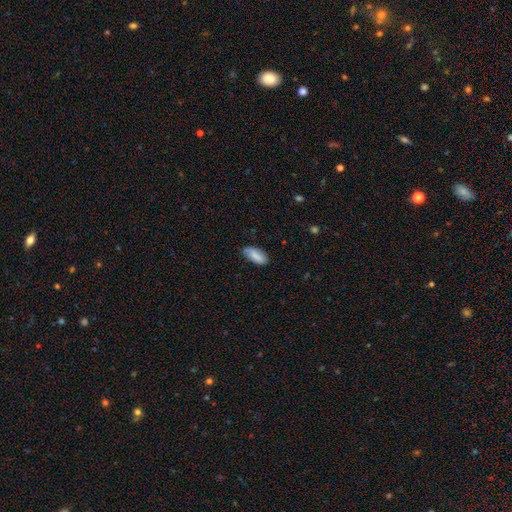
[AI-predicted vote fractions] Overall: smooth (81%). How rounded: in between (86%). Merging: none (81%).